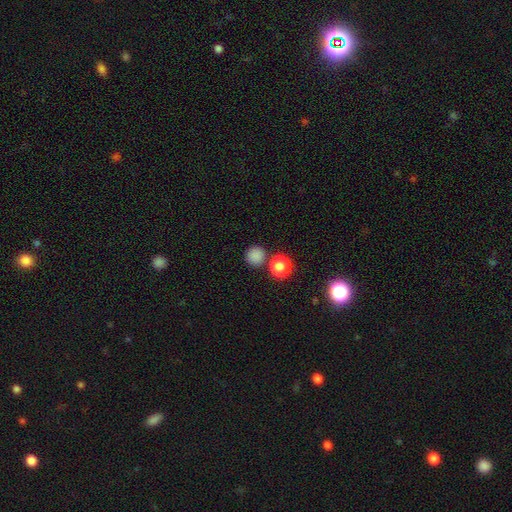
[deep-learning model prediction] Smooth or featured? Predicted: smooth (p=0.82). How rounded? Predicted: round (p=0.92). Merging? Predicted: none (p=0.78).